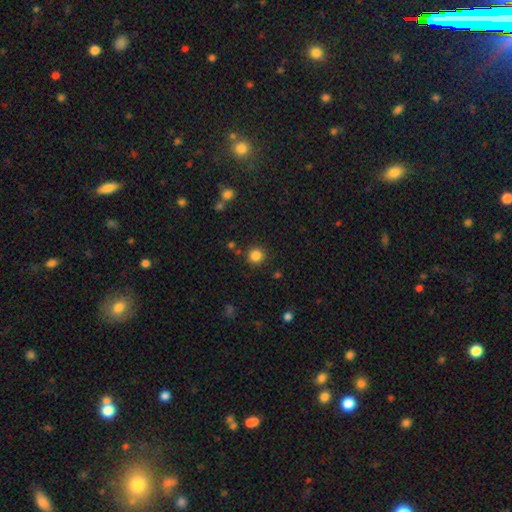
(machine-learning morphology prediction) type=smooth (84%); roundness=round (93%); merging=none (87%).